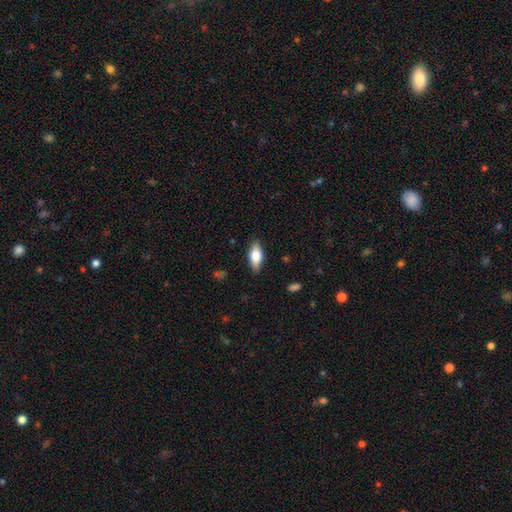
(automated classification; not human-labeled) Morphology: type=smooth (69%); roundness=in between (78%); merging=none (87%).